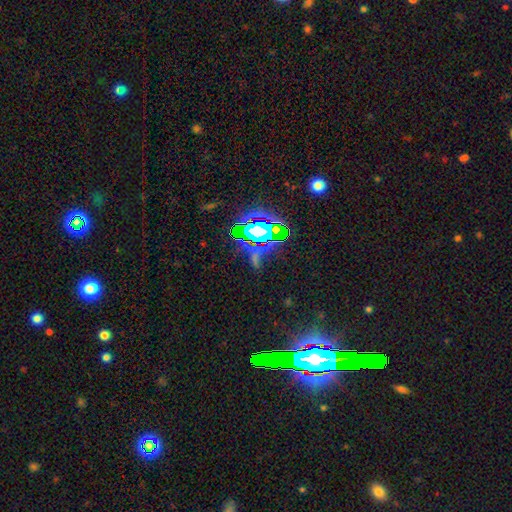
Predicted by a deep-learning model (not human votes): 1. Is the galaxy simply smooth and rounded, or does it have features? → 72% star or artifact, 15% smooth, 12% featured or disk.